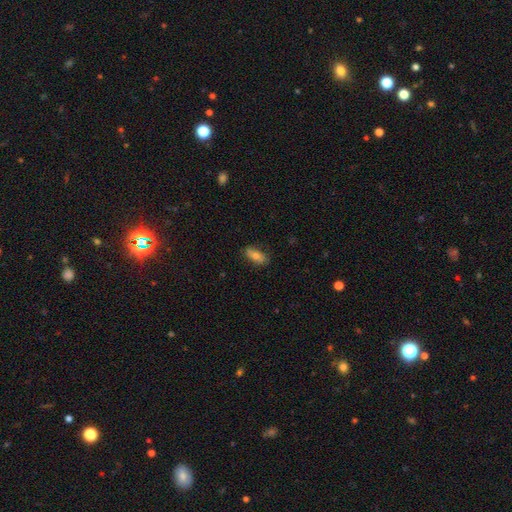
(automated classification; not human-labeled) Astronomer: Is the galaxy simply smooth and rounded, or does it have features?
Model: smooth — 71%.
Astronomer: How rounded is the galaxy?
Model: in between — 79%.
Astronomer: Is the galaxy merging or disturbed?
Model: none — 81%.